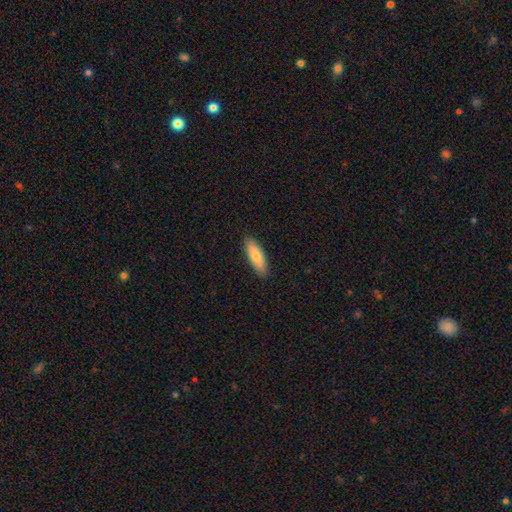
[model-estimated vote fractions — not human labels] Smooth or featured? Predicted: smooth (p=0.74). How rounded? Predicted: in between (p=0.59). Merging? Predicted: none (p=0.88).